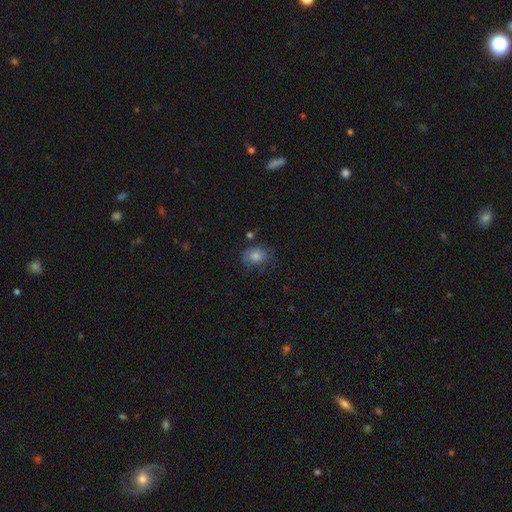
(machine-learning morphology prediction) Q: Smooth or featured?
A: smooth (70%); runner-up: featured or disk (16%)
Q: How rounded?
A: round (52%); runner-up: in between (47%)
Q: Merging?
A: none (60%); runner-up: minor disturbance (25%)